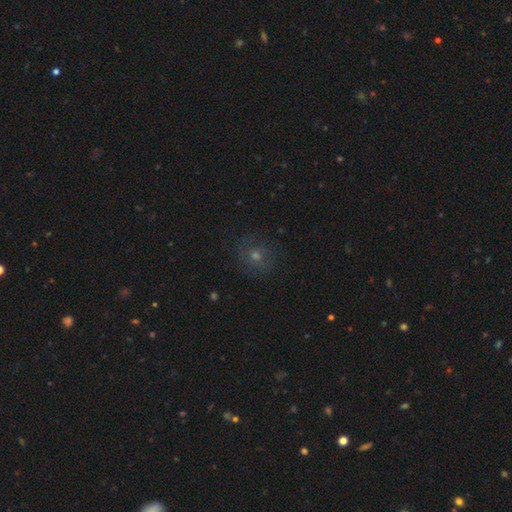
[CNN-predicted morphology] This is possibly a smooth galaxy (48%). Merging: clearly none (82%).